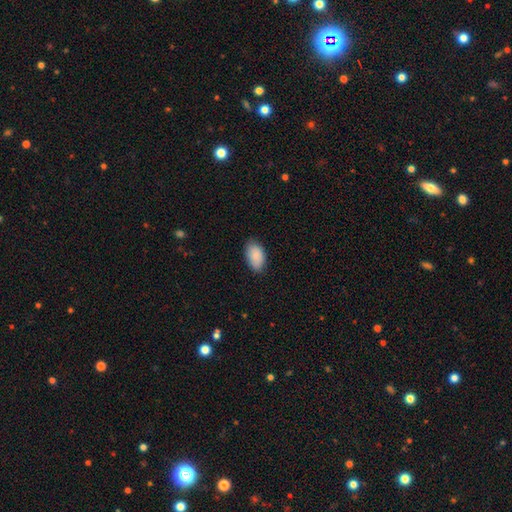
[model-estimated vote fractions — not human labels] Overall: smooth (90%). How rounded: in between (93%). Merging: none (83%).